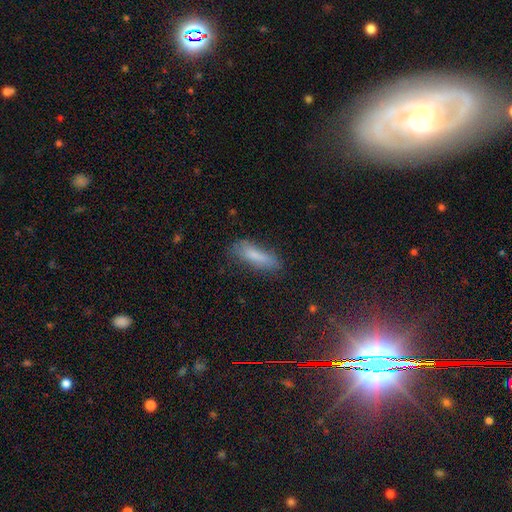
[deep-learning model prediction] Smooth or featured: smooth — 77% (featured or disk — 15%)
How rounded: cigar-shaped — 61% (in between — 37%)
Merging: none — 68% (minor disturbance — 23%)